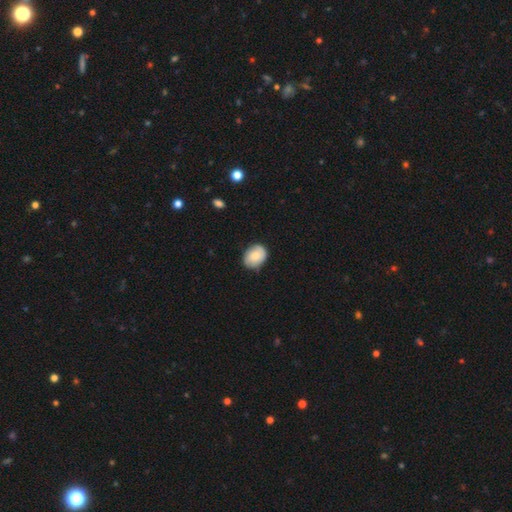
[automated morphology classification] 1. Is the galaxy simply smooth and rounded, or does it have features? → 77% smooth, 16% featured or disk, 7% star or artifact.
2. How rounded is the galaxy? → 54% in between, 46% round, 1% cigar-shaped.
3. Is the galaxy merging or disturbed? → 77% none, 19% minor disturbance, 3% major disturbance, 1% merger.